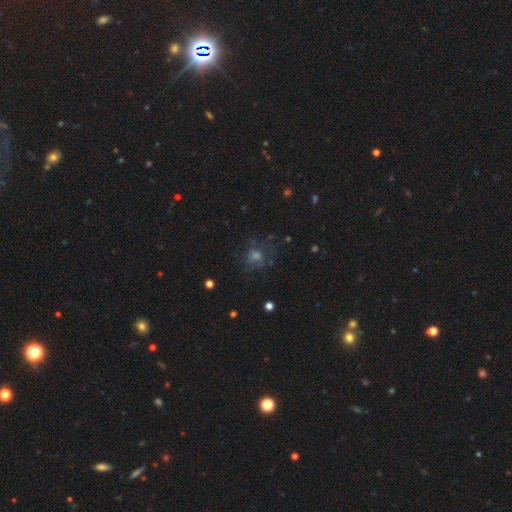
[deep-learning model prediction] A smooth galaxy with no disk features (42%). Merging: none (65%).